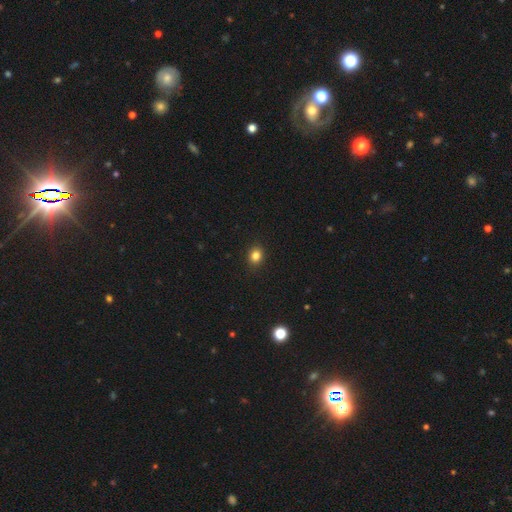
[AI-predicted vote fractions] smooth-or-featured: smooth: 83% | star or artifact: 12% | featured or disk: 5%
  how-rounded: round: 60% | in between: 39% | cigar-shaped: 1%
  merging: none: 91% | minor disturbance: 6% | major disturbance: 2% | merger: 1%